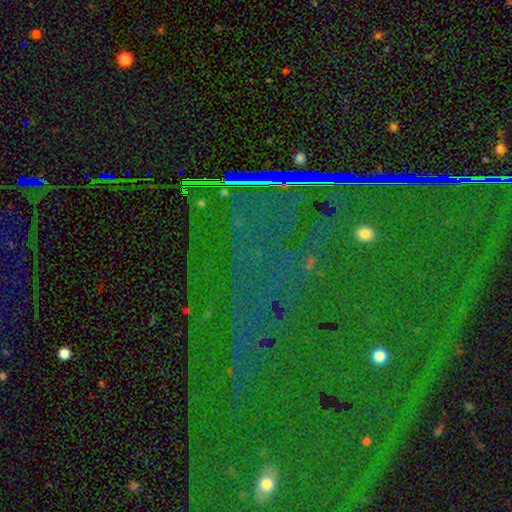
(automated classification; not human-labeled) Smooth or featured?
  - star or artifact: 86% *
  - featured or disk: 8%
  - smooth: 6%